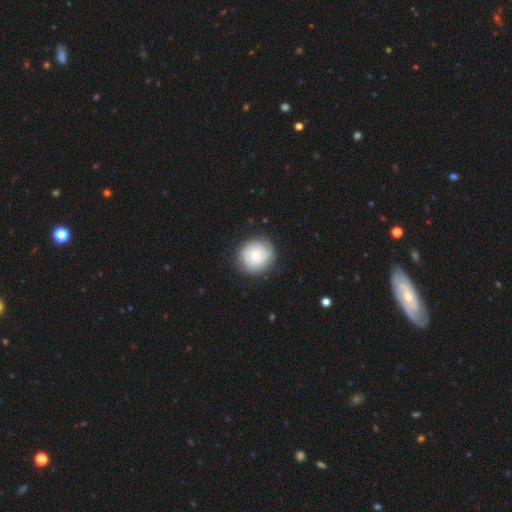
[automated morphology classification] type=smooth (53%); roundness=round (91%); merging=none (83%).